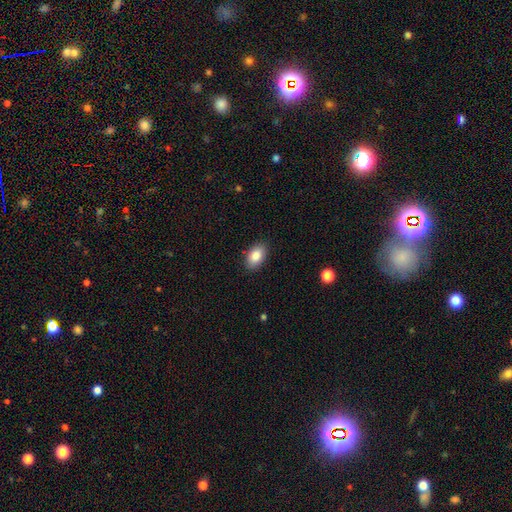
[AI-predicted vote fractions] This appears to be a smooth galaxy with no disk features (86%) that is in between round and cigar-shaped (91%). Merging: none (88%).